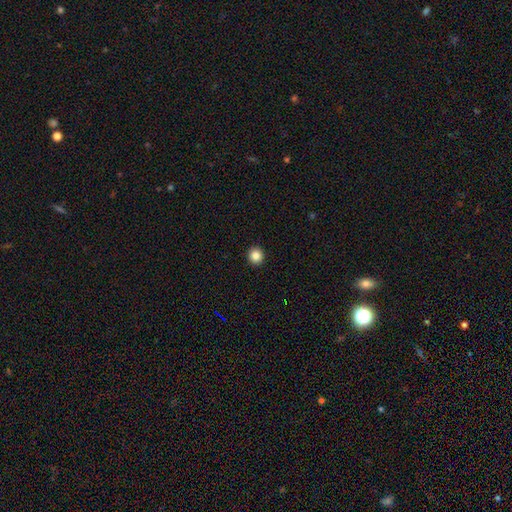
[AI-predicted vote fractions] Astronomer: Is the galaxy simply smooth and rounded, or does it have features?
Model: smooth — 85%.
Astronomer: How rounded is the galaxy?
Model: round — 93%.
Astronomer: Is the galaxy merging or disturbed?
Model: none — 94%.